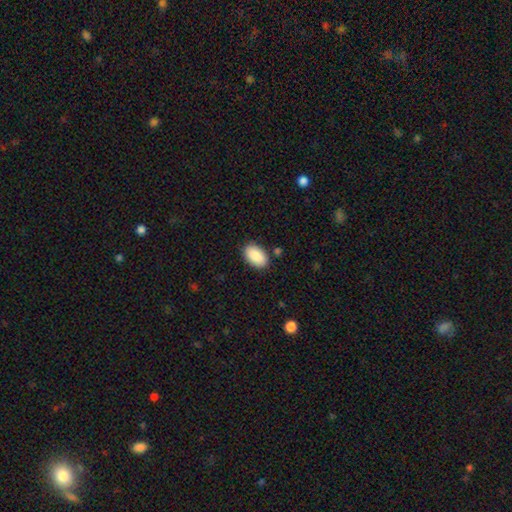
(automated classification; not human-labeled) smooth_or_featured: smooth (p=0.89) [alt: star or artifact p=0.06]
how_rounded: in between (p=0.93) [alt: round p=0.06]
merging: none (p=0.86) [alt: minor disturbance p=0.10]